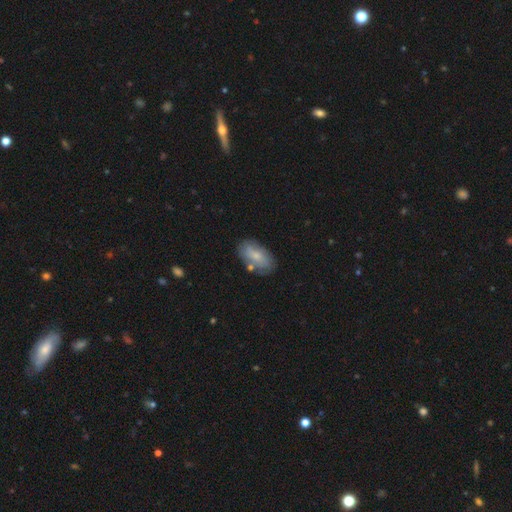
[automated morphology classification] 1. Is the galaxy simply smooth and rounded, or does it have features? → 67% smooth, 26% featured or disk, 7% star or artifact.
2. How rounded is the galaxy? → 92% in between, 4% round, 4% cigar-shaped.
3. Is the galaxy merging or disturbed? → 69% none, 19% minor disturbance, 7% merger, 5% major disturbance.